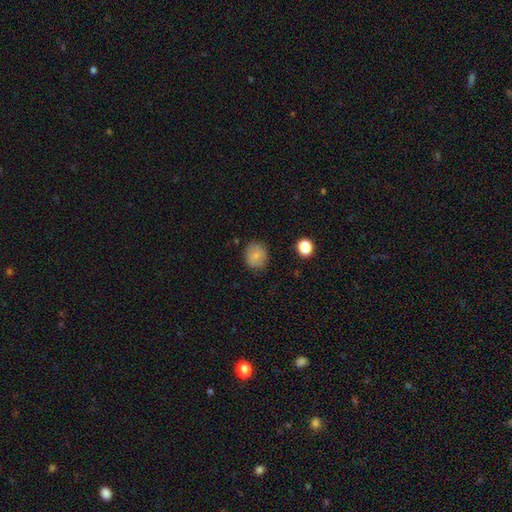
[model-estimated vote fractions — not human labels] Morphology: type=smooth (81%); roundness=round (79%); merging=none (83%).